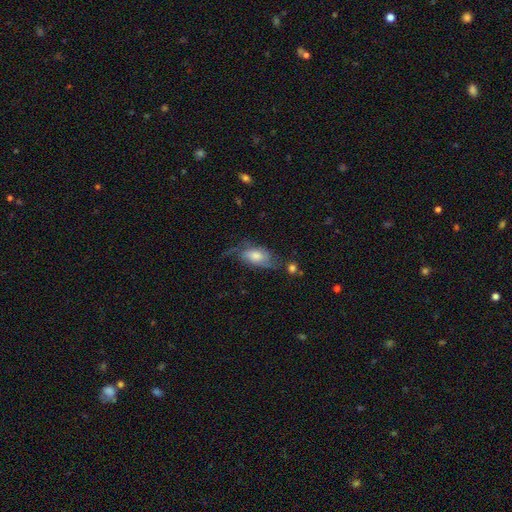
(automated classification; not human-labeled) Q: Smooth or featured?
A: featured or disk (55%); runner-up: smooth (36%)
Q: Edge-on disk?
A: no (87%); runner-up: yes (13%)
Q: Merging?
A: none (45%); runner-up: minor disturbance (27%)